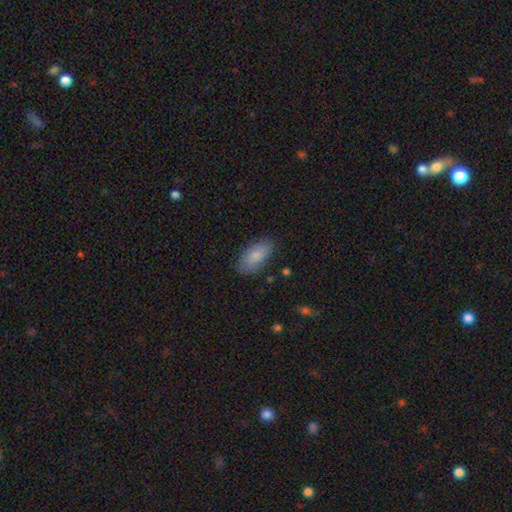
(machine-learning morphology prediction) Overall: smooth (82%). How rounded: in between (90%). Merging: none (84%).